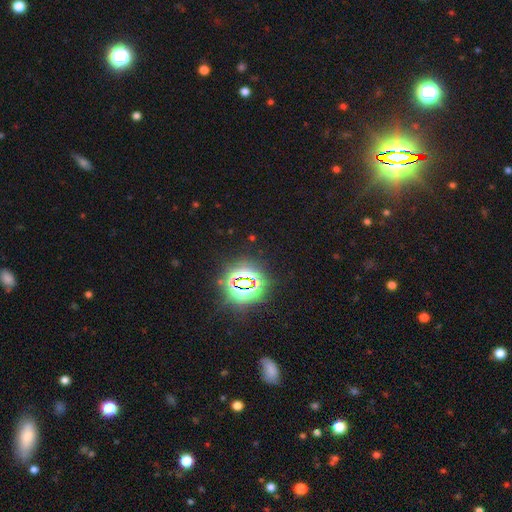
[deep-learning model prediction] Overall: star or artifact (84%).